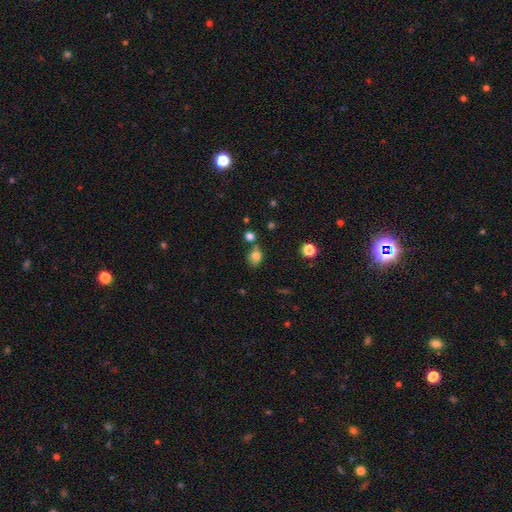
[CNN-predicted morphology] The model was most divided on "how rounded": in between: 54%, round: 45%, cigar-shaped: 1%. More confident: smooth or featured — smooth (80%); merging — none (60%).